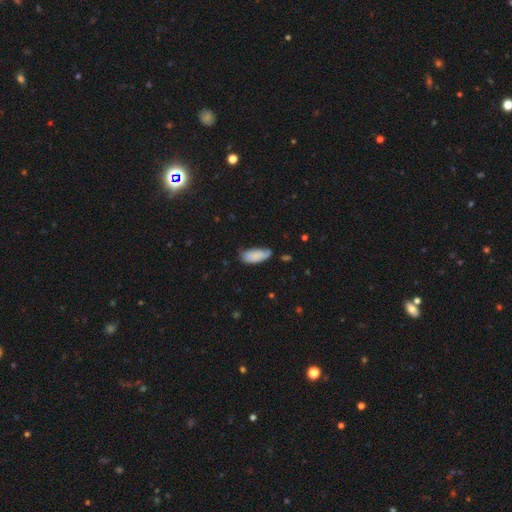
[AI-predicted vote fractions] Overall: smooth (82%). How rounded: in between (85%). Merging: none (48%; minor disturbance 38%).